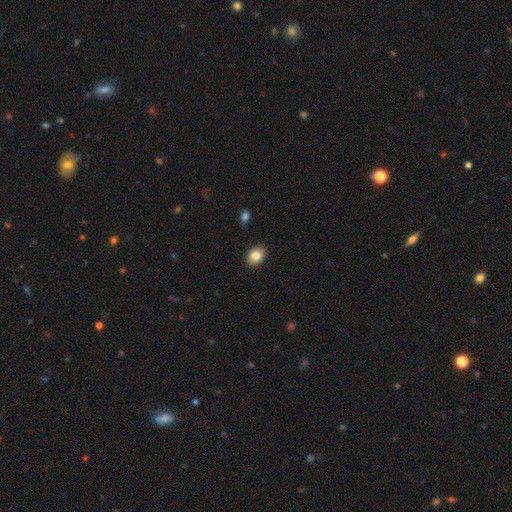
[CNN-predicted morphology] Q: Smooth or featured?
A: smooth (85%); runner-up: star or artifact (8%)
Q: How rounded?
A: in between (70%); runner-up: round (29%)
Q: Merging?
A: none (88%); runner-up: minor disturbance (9%)